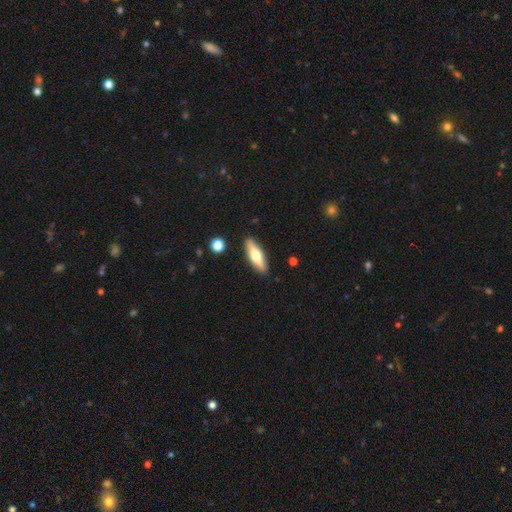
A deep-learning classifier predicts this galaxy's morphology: A smooth galaxy with no disk features (58%) that is cigar-shaped (52%). Merging: none (88%).